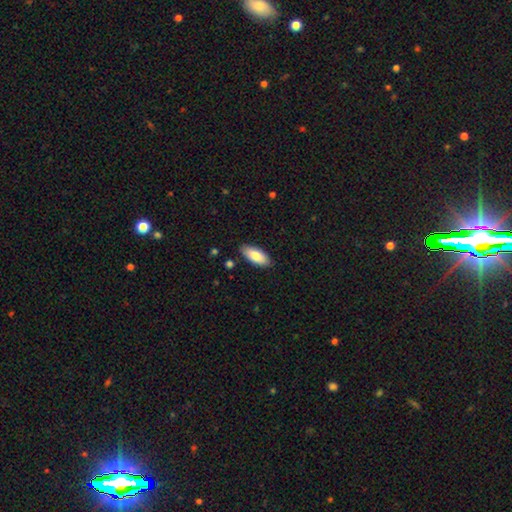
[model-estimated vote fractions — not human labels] smooth_or_featured: smooth (p=0.83) [alt: featured or disk p=0.11]
how_rounded: in between (p=0.85) [alt: cigar-shaped p=0.14]
merging: none (p=0.87) [alt: minor disturbance p=0.10]